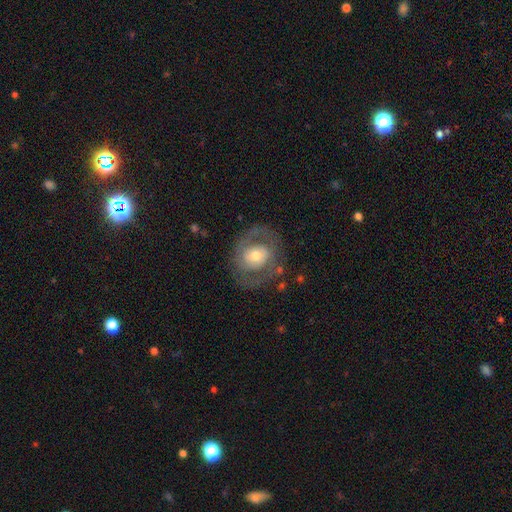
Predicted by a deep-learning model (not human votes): Smooth or featured: featured or disk — 60% (smooth — 34%)
Edge-on disk: no — 96% (yes — 4%)
Bar: no — 72% (weak — 21%)
Spiral arms: no — 55% (yes — 45%)
Bulge size: moderate — 64% (small — 20%)
Merging: none — 72% (minor disturbance — 14%)